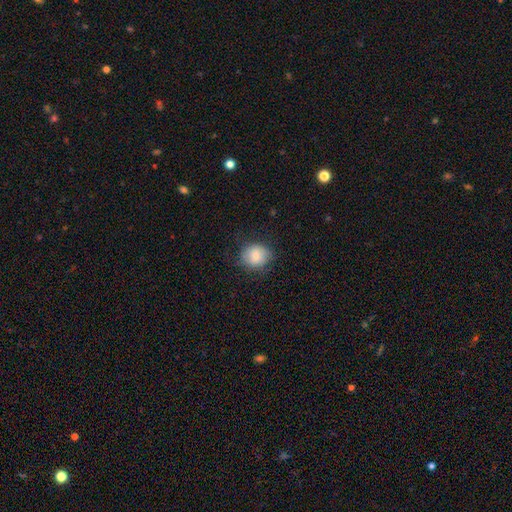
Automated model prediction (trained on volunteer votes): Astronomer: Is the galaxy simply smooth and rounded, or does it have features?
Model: smooth — 79%.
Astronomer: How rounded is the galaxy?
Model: round — 74%.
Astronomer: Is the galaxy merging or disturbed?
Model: none — 77%.